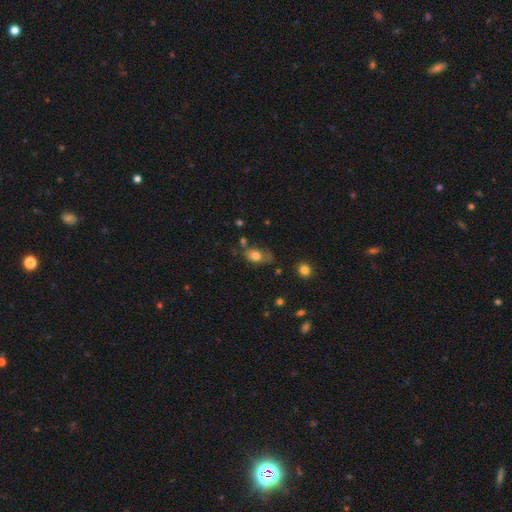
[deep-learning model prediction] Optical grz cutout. It shows a smooth galaxy with no disk features (74%) that is in between round and cigar-shaped (80%). Merging: none (47%).